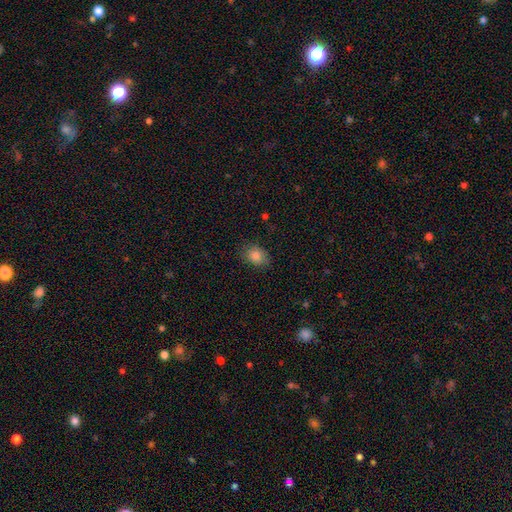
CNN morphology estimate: smooth 84%, star or artifact 10%, featured or disk 6%. Down the decision tree: how rounded — in between (65%); merging — none (80%).